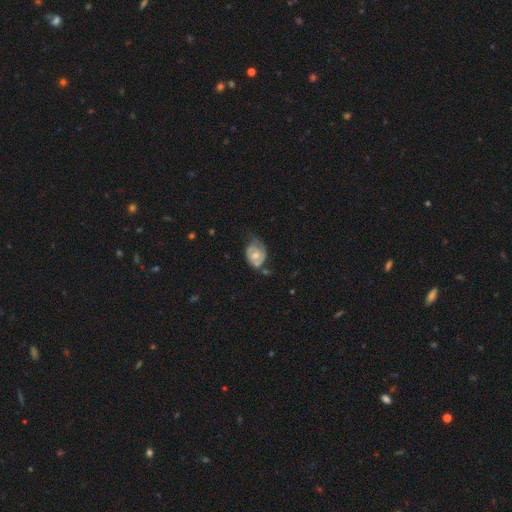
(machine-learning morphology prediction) smooth-or-featured: featured or disk: 63% | smooth: 30% | star or artifact: 6%
  disk-edge-on: no: 97% | yes: 3%
    bar: no: 67% | weak: 28% | strong: 6%
    has-spiral-arms: yes: 70% | no: 30%
    bulge-size: moderate: 64% | small: 26% | large: 6% | none: 3% | dominant: 1%
  merging: none: 35% | minor disturbance: 34% | major disturbance: 22% | merger: 8%